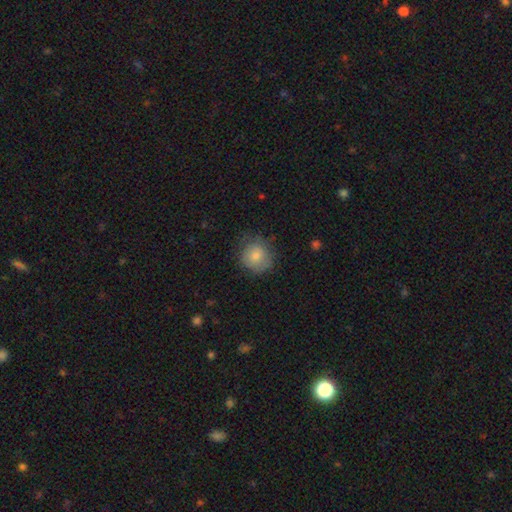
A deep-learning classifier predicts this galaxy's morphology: A smooth galaxy with no disk features (76%) that is round (88%). Merging: none (72%).